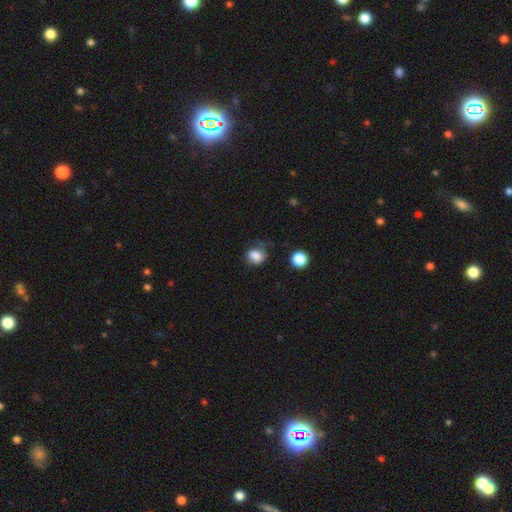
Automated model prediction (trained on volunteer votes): Smooth or featured: smooth — 80% (star or artifact — 10%)
How rounded: round — 55% (in between — 44%)
Merging: none — 48% (minor disturbance — 30%)